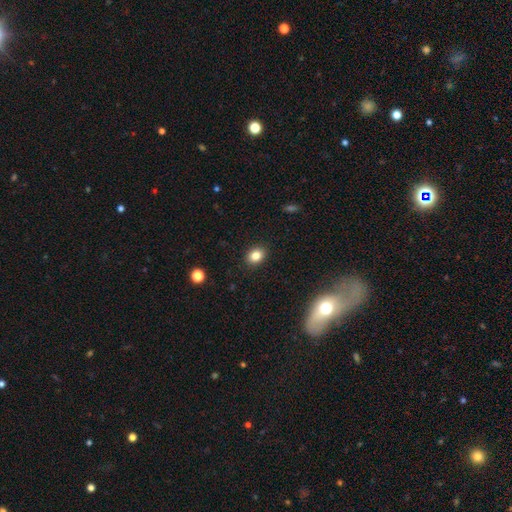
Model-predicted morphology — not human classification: smooth_or_featured: smooth (p=0.83) [alt: star or artifact p=0.11]
how_rounded: in between (p=0.54) [alt: round p=0.45]
merging: none (p=0.90) [alt: minor disturbance p=0.07]